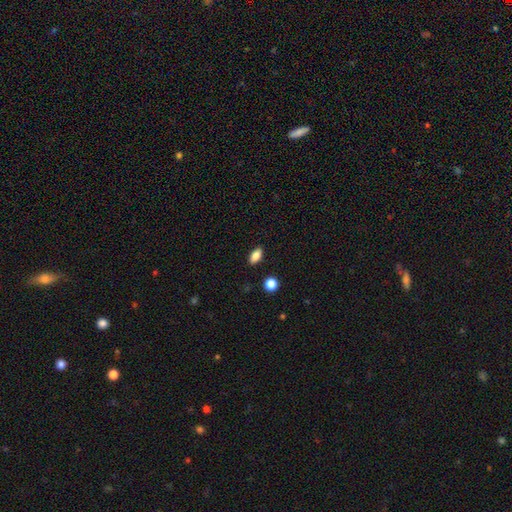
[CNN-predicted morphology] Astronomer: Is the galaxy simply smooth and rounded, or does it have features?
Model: smooth — 84%.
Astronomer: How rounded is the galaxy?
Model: in between — 87%.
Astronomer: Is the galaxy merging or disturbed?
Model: none — 89%.